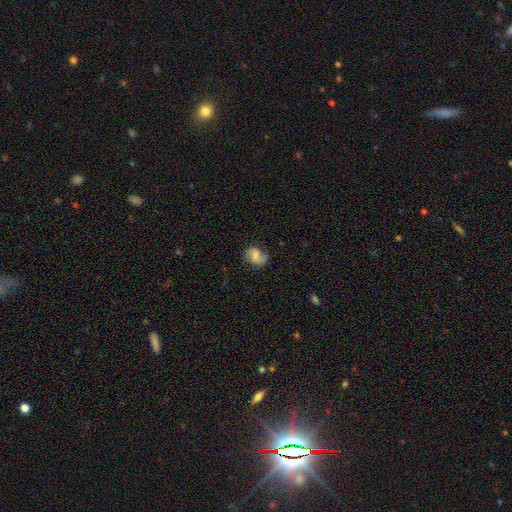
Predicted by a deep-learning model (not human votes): Q: Smooth or featured?
A: featured or disk (47%); runner-up: smooth (44%)
Q: Merging?
A: none (71%); runner-up: minor disturbance (20%)